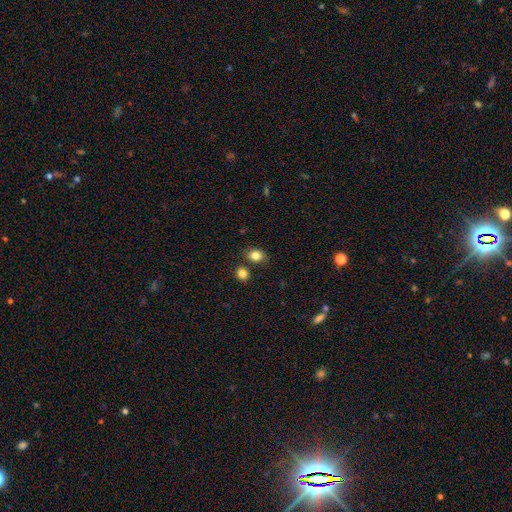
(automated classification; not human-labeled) Overall: smooth (84%). How rounded: round (51%; in between 48%). Merging: none (78%).